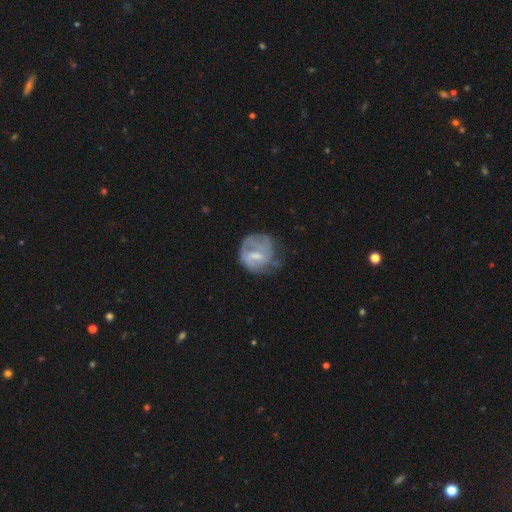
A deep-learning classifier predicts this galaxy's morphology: This appears to be a featured or disk galaxy (56%) with a weak bar (54%), spiral arms (59%) and a small central bulge (40%). Merging: none (43%).